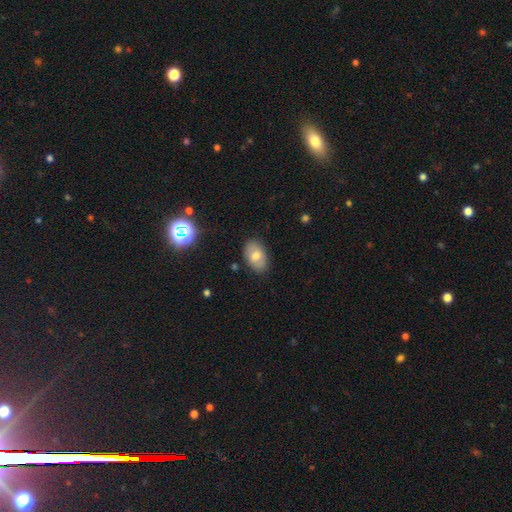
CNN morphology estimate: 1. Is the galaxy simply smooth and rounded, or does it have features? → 66% smooth, 24% featured or disk, 10% star or artifact.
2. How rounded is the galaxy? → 88% in between, 11% round, 1% cigar-shaped.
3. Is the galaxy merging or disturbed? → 84% none, 12% minor disturbance, 3% major disturbance, 1% merger.